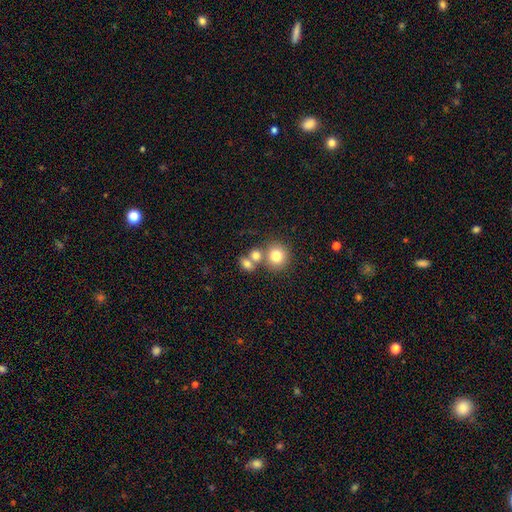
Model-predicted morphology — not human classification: type=smooth (76%); roundness=round (69%); merging=none (46%).